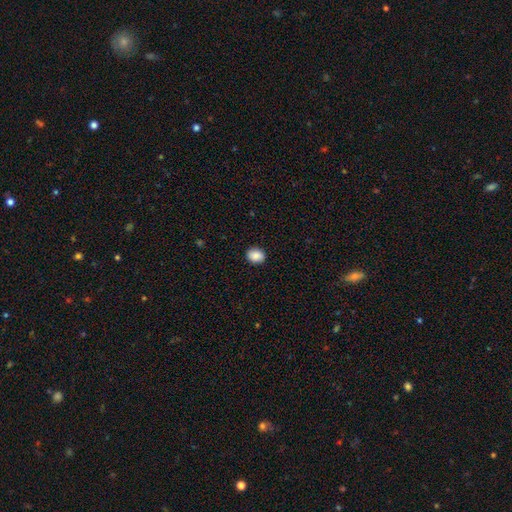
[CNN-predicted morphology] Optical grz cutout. It shows a smooth galaxy with no disk features (88%) that is round (51%). Merging: none (90%).